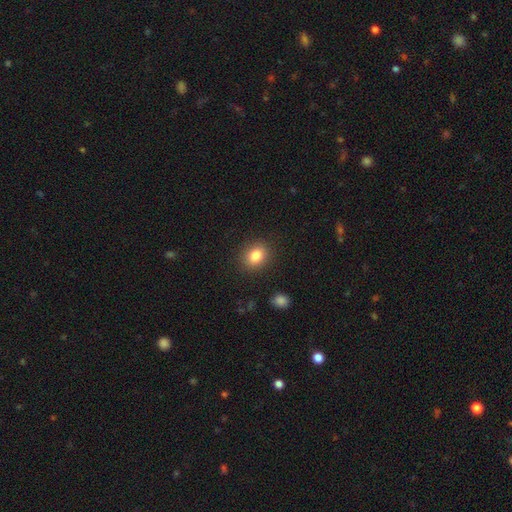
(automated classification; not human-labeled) smooth-or-featured: smooth: 83% | star or artifact: 10% | featured or disk: 7%
  how-rounded: round: 54% | in between: 45% | cigar-shaped: 1%
  merging: none: 87% | minor disturbance: 8% | major disturbance: 3% | merger: 1%